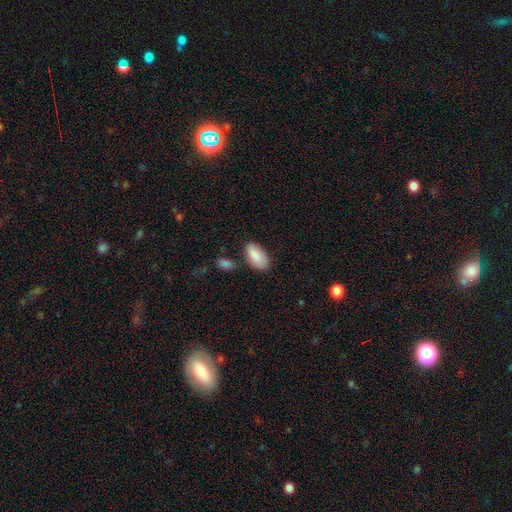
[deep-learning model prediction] This appears to be a smooth galaxy with no disk features (89%) that is in between round and cigar-shaped (94%). Merging: none (74%).